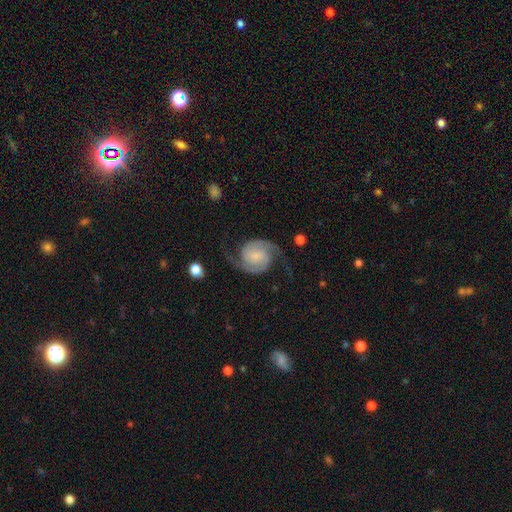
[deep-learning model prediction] featured or disk 90%, smooth 5%, star or artifact 4%. Down the decision tree: edge-on disk — no (98%); bar — no (55%); spiral arms — yes (98%); spiral arm count — 2 (95%); spiral winding — medium (52%); bulge size — small (40%); merging — none (79%).